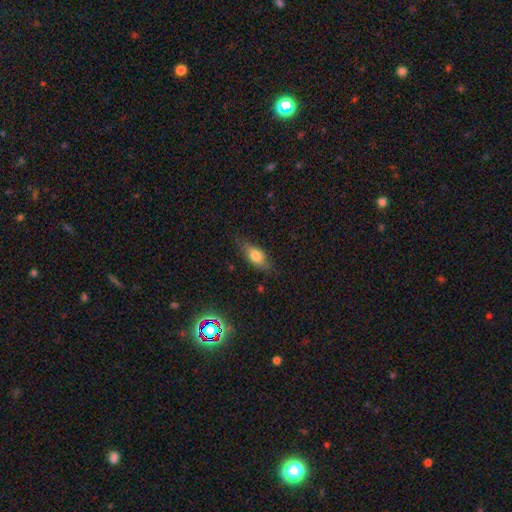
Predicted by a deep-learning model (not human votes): A smooth galaxy with no disk features (74%) that is in between round and cigar-shaped (80%).

Vote fractions:
- Smooth or featured? smooth: 74% / featured or disk: 17% / star or artifact: 9%
- How rounded? in between: 80% / cigar-shaped: 14% / round: 6%
- Merging? none: 77% / minor disturbance: 18% / major disturbance: 4% / merger: 1%